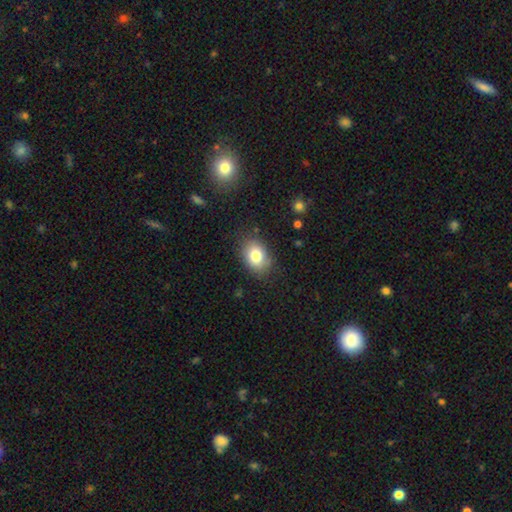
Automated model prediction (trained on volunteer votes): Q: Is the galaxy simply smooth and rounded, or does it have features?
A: smooth — 80%.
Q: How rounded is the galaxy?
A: in between — 72%.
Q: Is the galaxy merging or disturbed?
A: none — 82%.